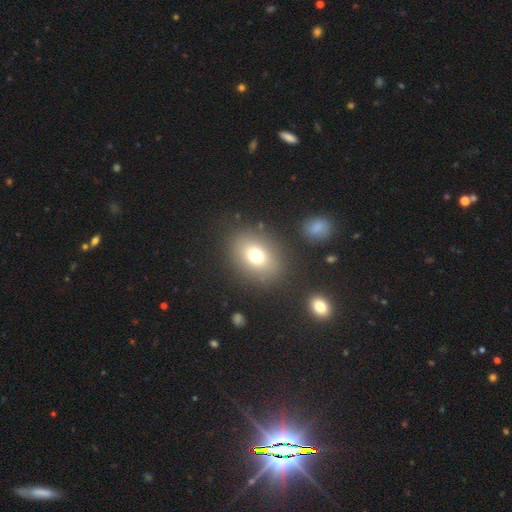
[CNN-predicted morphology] Q: Smooth or featured?
A: smooth (73%); runner-up: star or artifact (14%)
Q: How rounded?
A: in between (59%); runner-up: round (40%)
Q: Merging?
A: none (82%); runner-up: minor disturbance (10%)